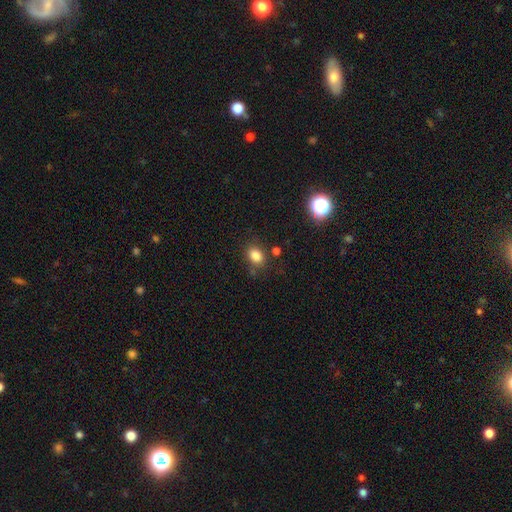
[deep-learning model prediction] Smooth or featured?
  - smooth: 82% *
  - star or artifact: 12%
  - featured or disk: 6%
How rounded?
  - in between: 63% *
  - round: 36%
  - cigar-shaped: 1%
Merging?
  - none: 76% *
  - minor disturbance: 14%
  - merger: 5%
  - major disturbance: 4%